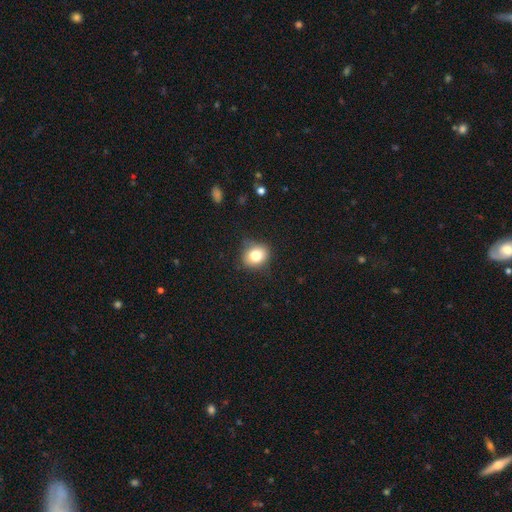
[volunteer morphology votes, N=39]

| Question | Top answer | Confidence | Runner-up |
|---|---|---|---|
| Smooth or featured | smooth | 82% | star or artifact (10%) |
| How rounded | round | 69% | in between (31%) |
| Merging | none | 69% | minor disturbance (23%) |